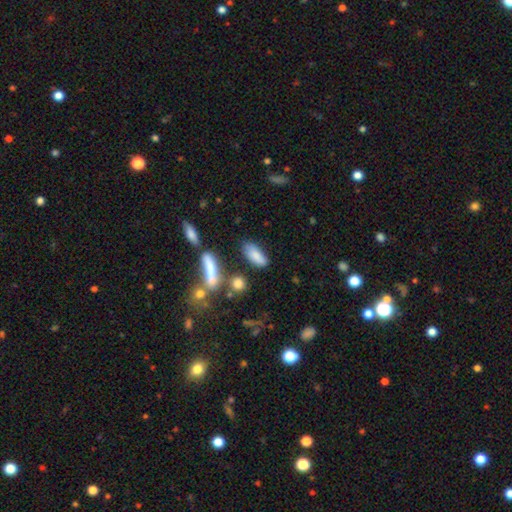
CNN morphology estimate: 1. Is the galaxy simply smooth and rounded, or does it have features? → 81% smooth, 11% featured or disk, 8% star or artifact.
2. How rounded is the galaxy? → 73% in between, 23% cigar-shaped, 4% round.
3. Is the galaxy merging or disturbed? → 64% none, 19% minor disturbance, 11% merger, 7% major disturbance.